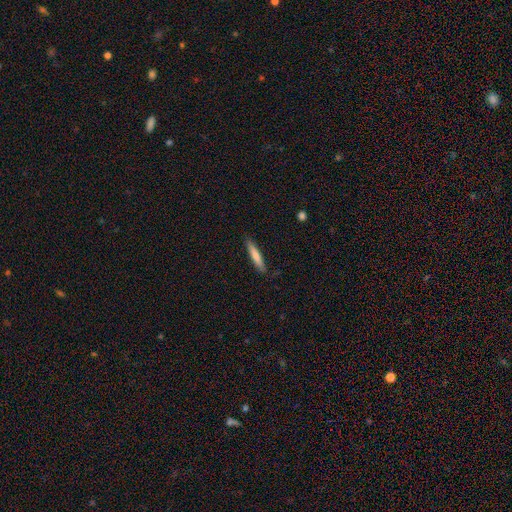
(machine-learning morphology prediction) smooth 76%, featured or disk 19%, star or artifact 5%. Down the decision tree: how rounded — cigar-shaped (92%); merging — none (86%).